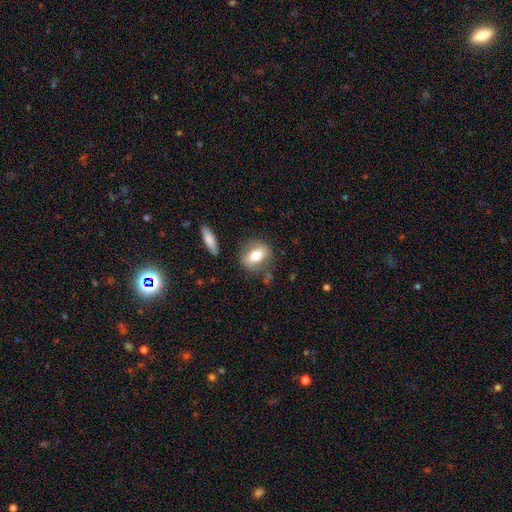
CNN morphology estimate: A smooth galaxy with no disk features (66%) that is in between round and cigar-shaped (62%).

Vote fractions:
- Smooth or featured? smooth: 66% / featured or disk: 26% / star or artifact: 8%
- How rounded? in between: 62% / round: 32% / cigar-shaped: 6%
- Merging? none: 77% / minor disturbance: 14% / merger: 4% / major disturbance: 4%